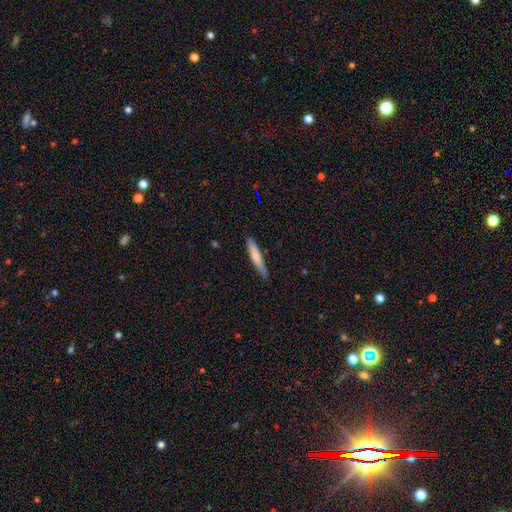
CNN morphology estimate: The model was most divided on "smooth or featured": smooth: 69%, featured or disk: 25%, star or artifact: 6%. More confident: how rounded — cigar-shaped (90%); merging — none (81%).